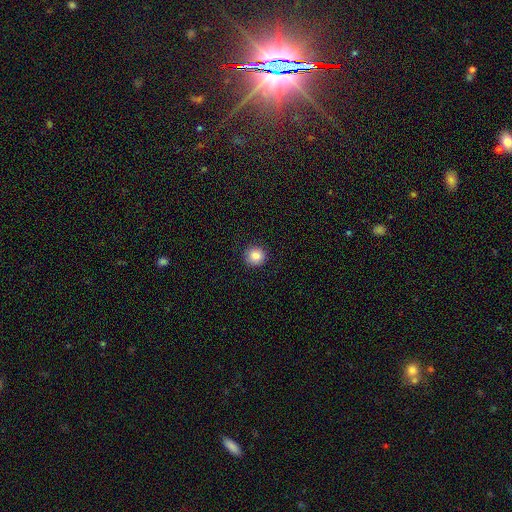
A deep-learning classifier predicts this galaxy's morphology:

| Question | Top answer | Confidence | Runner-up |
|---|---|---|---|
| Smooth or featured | smooth | 85% | star or artifact (10%) |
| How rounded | round | 94% | in between (5%) |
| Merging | none | 91% | minor disturbance (6%) |